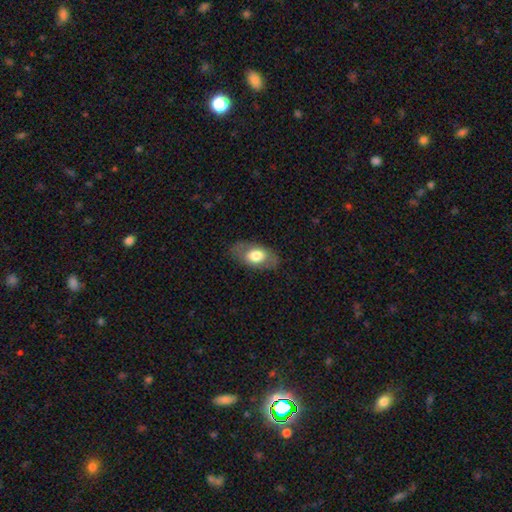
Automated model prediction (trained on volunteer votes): smooth 65%, featured or disk 29%, star or artifact 6%. Down the decision tree: how rounded — in between (89%); merging — none (78%).